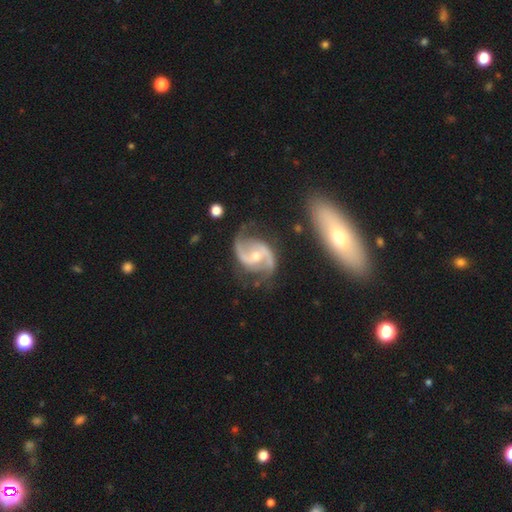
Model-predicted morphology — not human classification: smooth-or-featured: featured or disk: 92% | star or artifact: 4% | smooth: 4%
  disk-edge-on: no: 98% | yes: 2%
    bar: weak: 43% | no: 36% | strong: 20%
    has-spiral-arms: yes: 98% | no: 2%
      spiral-winding: medium: 55% | loose: 32% | tight: 14%
      spiral-arm-count: 2: 93% | can't tell: 2% | 3: 2% | 1: 1% | 4: 1% | more than 4: 1%
    bulge-size: moderate: 61% | small: 34% | large: 3% | none: 1% | dominant: 1%
  merging: none: 74% | minor disturbance: 17% | major disturbance: 6% | merger: 2%